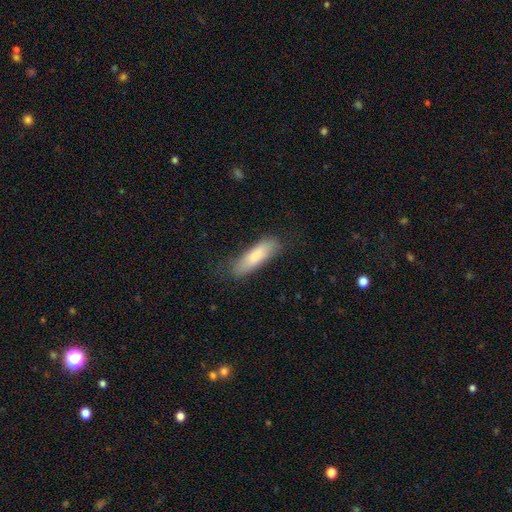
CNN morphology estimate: smooth_or_featured: smooth (p=0.82) [alt: featured or disk p=0.13]
how_rounded: cigar-shaped (p=0.60) [alt: in between p=0.38]
merging: none (p=0.74) [alt: minor disturbance p=0.19]